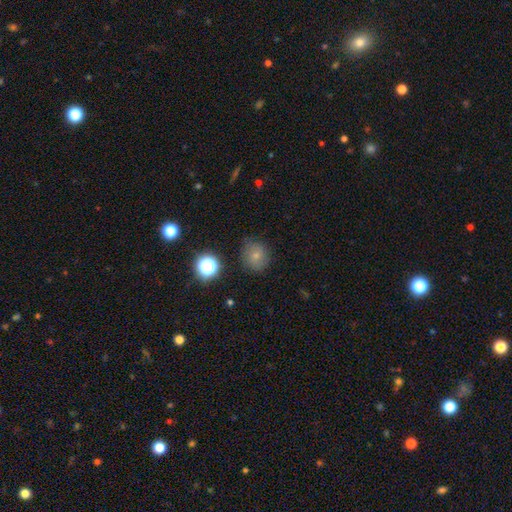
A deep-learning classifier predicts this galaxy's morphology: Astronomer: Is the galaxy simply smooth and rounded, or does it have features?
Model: smooth — 71%.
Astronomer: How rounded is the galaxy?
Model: round — 80%.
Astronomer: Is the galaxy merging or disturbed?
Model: none — 76%.